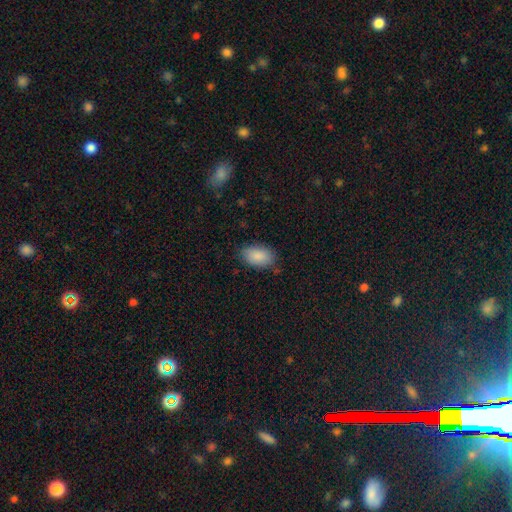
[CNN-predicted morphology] Smooth or featured?
  - smooth: 88% *
  - star or artifact: 6%
  - featured or disk: 5%
How rounded?
  - in between: 93% *
  - round: 5%
  - cigar-shaped: 2%
Merging?
  - none: 80% *
  - minor disturbance: 15%
  - major disturbance: 3%
  - merger: 1%